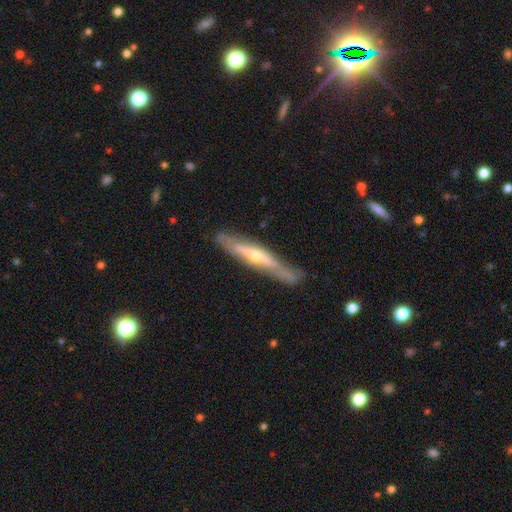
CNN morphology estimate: A featured or disk galaxy (69%) viewed edge-on (85%) with a rounded central bulge (81%). Merging: none (73%).